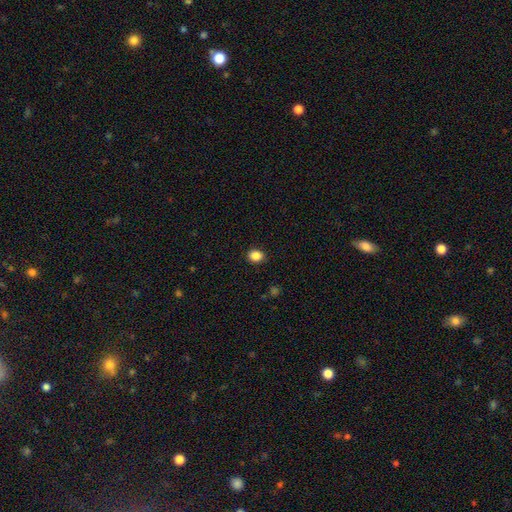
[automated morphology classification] Q: Smooth or featured?
A: smooth (86%); runner-up: star or artifact (10%)
Q: How rounded?
A: round (57%); runner-up: in between (42%)
Q: Merging?
A: none (90%); runner-up: minor disturbance (7%)